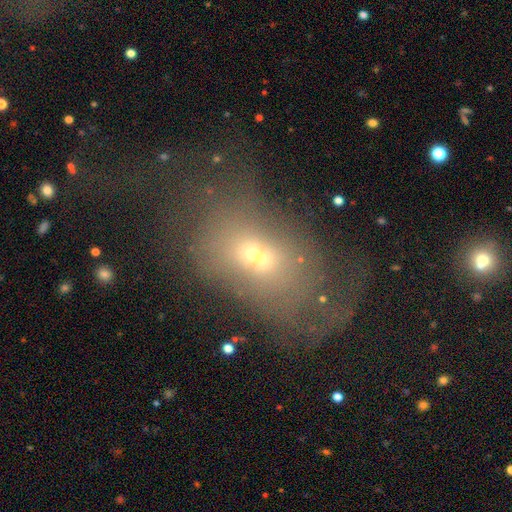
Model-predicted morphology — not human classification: Smooth or featured? Predicted: smooth (p=0.50). How rounded? Predicted: in between (p=0.71). Merging? Predicted: major disturbance (p=0.46).